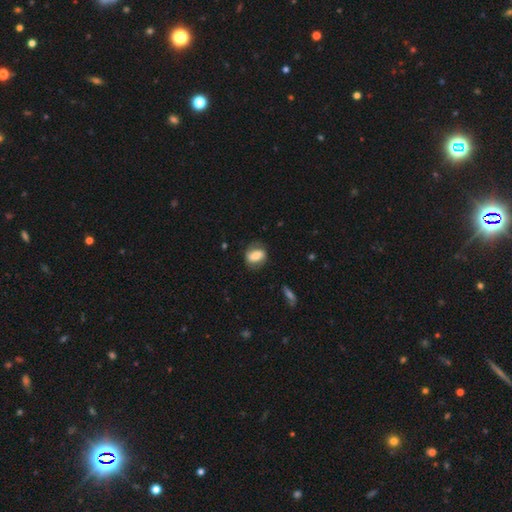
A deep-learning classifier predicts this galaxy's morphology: Smooth or featured? smooth (61%)
How rounded? in between (66%)
Merging? none (74%)